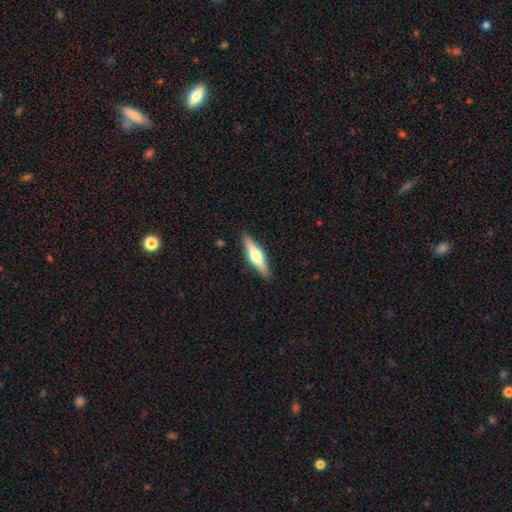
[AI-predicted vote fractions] featured or disk 56%, smooth 39%, star or artifact 5%. Down the decision tree: edge-on disk — yes (96%); edge-on bulge — rounded (93%); merging — none (90%).